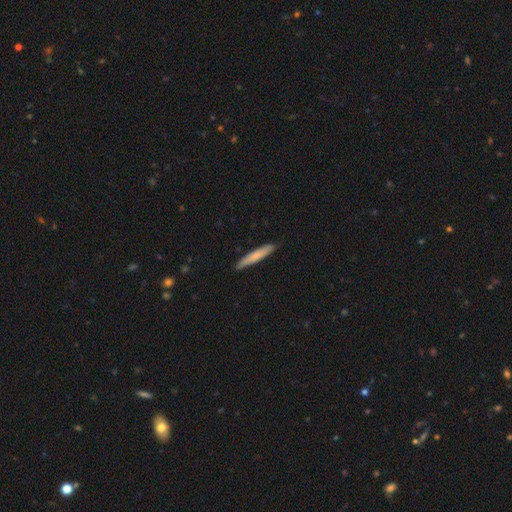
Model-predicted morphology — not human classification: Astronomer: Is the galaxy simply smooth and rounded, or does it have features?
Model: smooth — 71%.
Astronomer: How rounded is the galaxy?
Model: cigar-shaped — 94%.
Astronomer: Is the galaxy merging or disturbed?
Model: none — 87%.